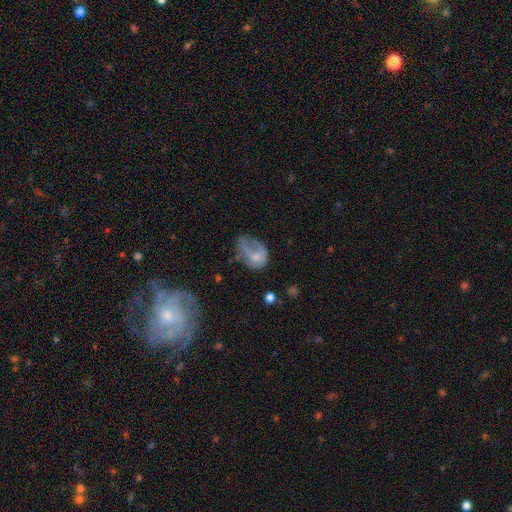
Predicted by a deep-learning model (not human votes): Smooth or featured?
  - smooth: 53% *
  - featured or disk: 38%
  - star or artifact: 9%
How rounded?
  - in between: 72% *
  - round: 27%
  - cigar-shaped: 1%
Merging?
  - major disturbance: 43% *
  - minor disturbance: 29%
  - none: 24%
  - merger: 5%